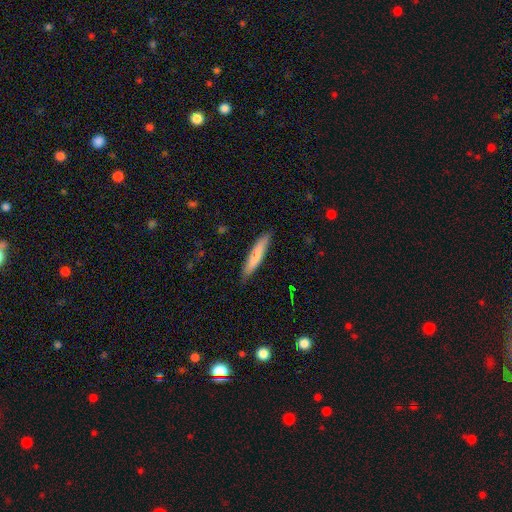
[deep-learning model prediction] Morphology: type=smooth (74%); roundness=cigar-shaped (89%); merging=none (85%).